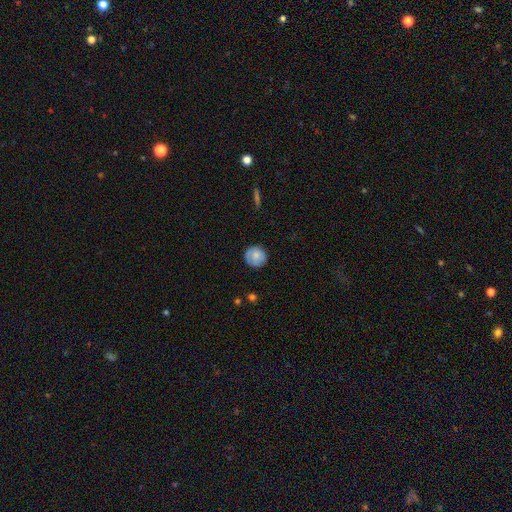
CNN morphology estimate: The model was most divided on "smooth or featured": smooth: 73%, featured or disk: 20%, star or artifact: 7%. More confident: how rounded — round (91%); merging — none (80%).